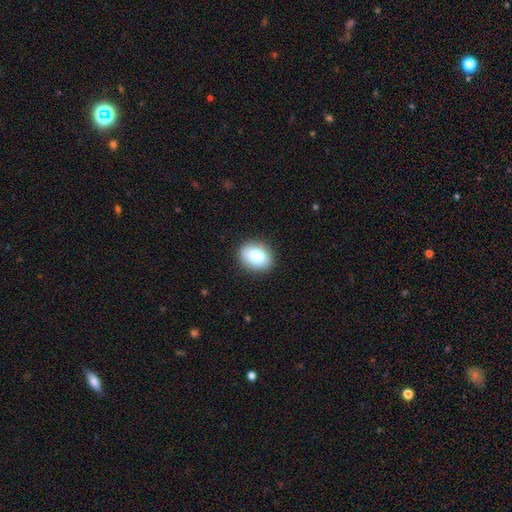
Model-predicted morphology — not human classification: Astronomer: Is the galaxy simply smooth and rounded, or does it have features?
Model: smooth — 80%.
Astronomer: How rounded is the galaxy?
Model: in between — 61% (runner-up: round, 38%).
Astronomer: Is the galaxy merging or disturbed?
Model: none — 88%.